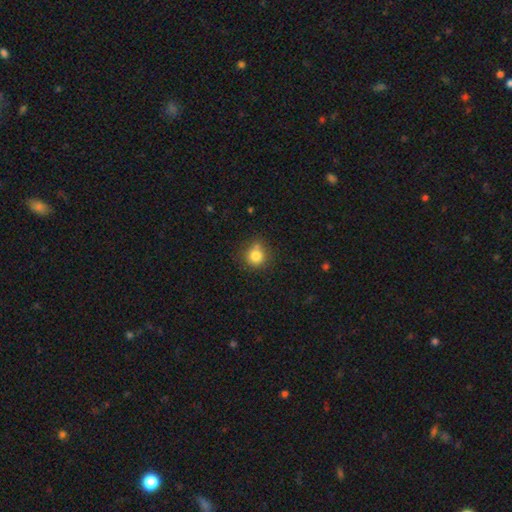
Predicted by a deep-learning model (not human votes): smooth 82%, star or artifact 11%, featured or disk 7%. Down the decision tree: how rounded — round (89%); merging — none (71%).